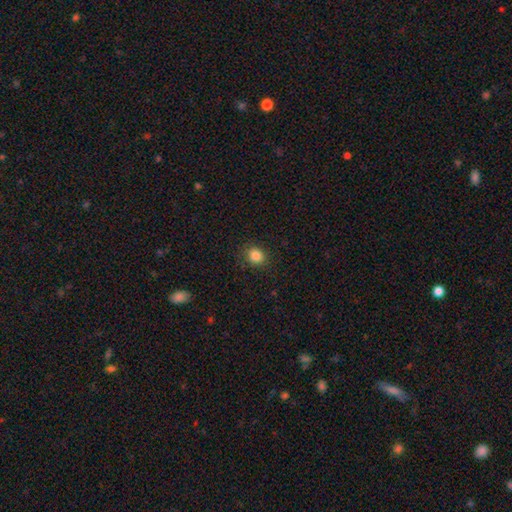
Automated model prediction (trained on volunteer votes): A smooth galaxy with no disk features (85%) that is round (71%).

Vote fractions:
- Smooth or featured? smooth: 85% / star or artifact: 11% / featured or disk: 4%
- How rounded? round: 71% / in between: 28% / cigar-shaped: 1%
- Merging? none: 86% / minor disturbance: 10% / major disturbance: 3% / merger: 1%